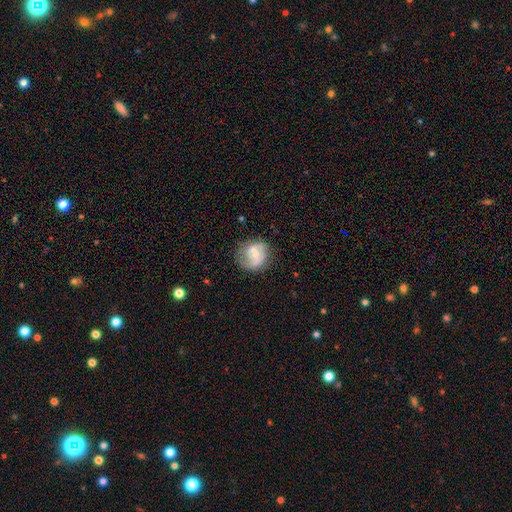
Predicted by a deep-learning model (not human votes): Smooth or featured: featured or disk — 54% (smooth — 38%)
Edge-on disk: no — 97% (yes — 3%)
Bar: no — 49% (weak — 39%)
Spiral arms: yes — 70% (no — 30%)
Bulge size: small — 50% (moderate — 42%)
Merging: none — 60% (minor disturbance — 22%)